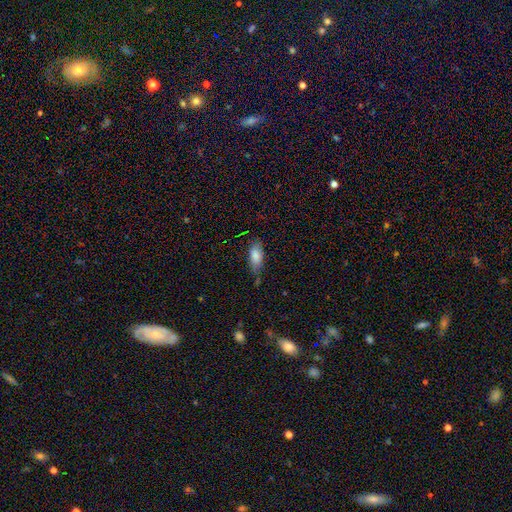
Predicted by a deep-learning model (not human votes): Smooth or featured? Predicted: smooth (p=0.82). How rounded? Predicted: in between (p=0.82). Merging? Predicted: none (p=0.62).